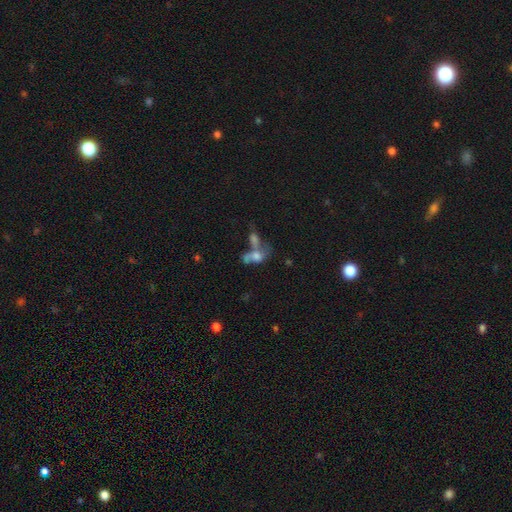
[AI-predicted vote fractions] smooth_or_featured: smooth (p=0.55) [alt: featured or disk p=0.31]
how_rounded: in between (p=0.75) [alt: round p=0.19]
merging: merger (p=0.59) [alt: none p=0.17]